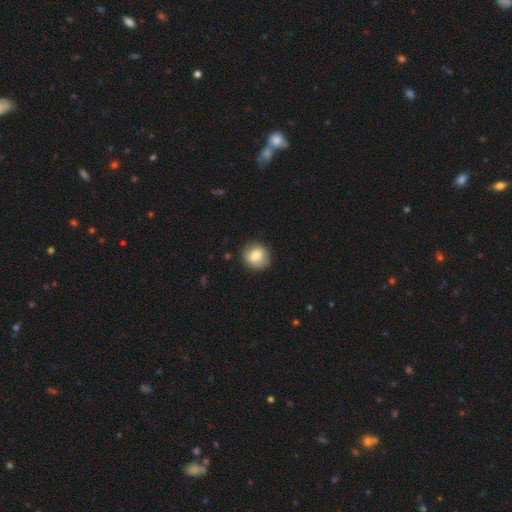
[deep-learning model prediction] smooth-or-featured: smooth: 76% | featured or disk: 16% | star or artifact: 8%
  how-rounded: round: 84% | in between: 15% | cigar-shaped: 1%
  merging: none: 85% | minor disturbance: 11% | major disturbance: 3% | merger: 1%